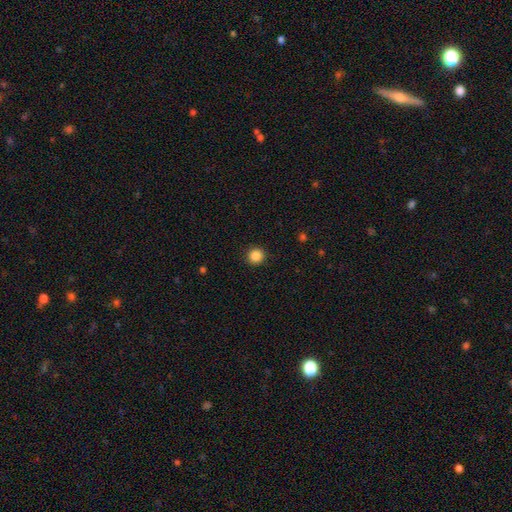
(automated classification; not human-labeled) This is clearly a smooth galaxy (86%). How rounded: clearly round (94%). Merging: clearly none (92%).